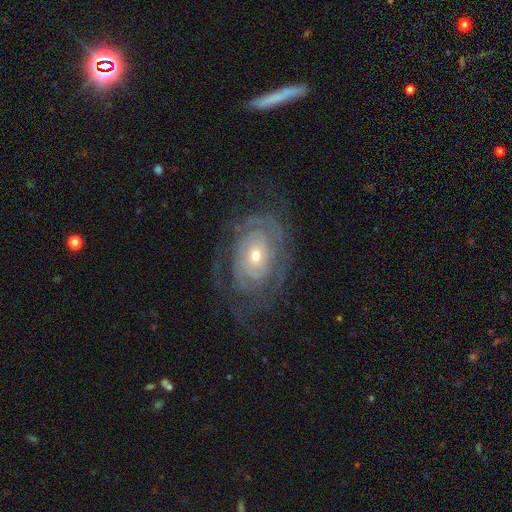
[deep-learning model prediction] Smooth or featured: featured or disk — 82% (smooth — 12%)
Edge-on disk: no — 95% (yes — 5%)
Bar: no — 79% (weak — 16%)
Spiral arms: yes — 86% (no — 14%)
Spiral winding: tight — 76% (medium — 18%)
Spiral arm count: can't tell — 46% (2 — 25%)
Bulge size: small — 57% (moderate — 39%)
Merging: none — 70% (minor disturbance — 17%)